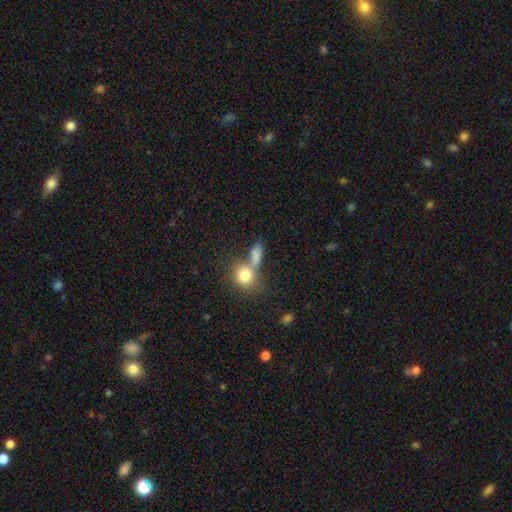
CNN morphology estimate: A smooth galaxy with no disk features (77%) that is in between round and cigar-shaped (50%).

Vote fractions:
- Smooth or featured? smooth: 77% / featured or disk: 12% / star or artifact: 12%
- How rounded? in between: 50% / round: 35% / cigar-shaped: 14%
- Merging? merger: 41% / none: 40% / minor disturbance: 11% / major disturbance: 8%